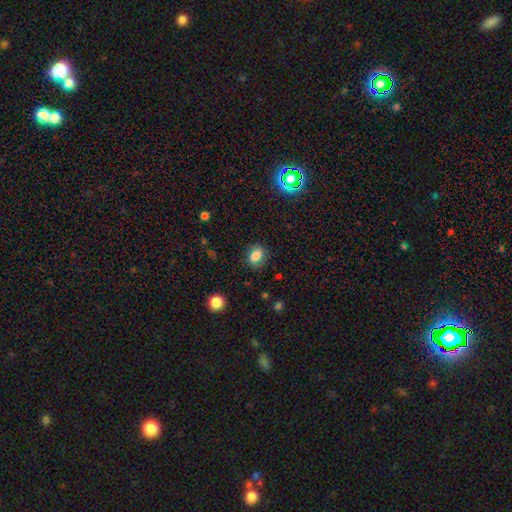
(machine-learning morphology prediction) Smooth or featured?
  - smooth: 81% *
  - star or artifact: 11%
  - featured or disk: 8%
How rounded?
  - in between: 64% *
  - round: 35%
  - cigar-shaped: 1%
Merging?
  - none: 83% *
  - minor disturbance: 12%
  - major disturbance: 4%
  - merger: 1%